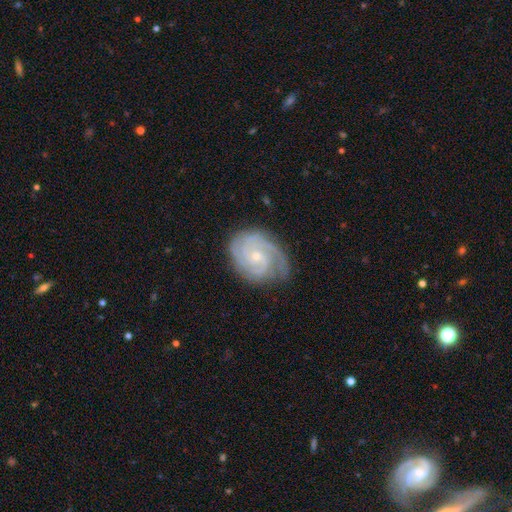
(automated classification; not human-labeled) Q: Smooth or featured?
A: featured or disk (90%); runner-up: smooth (5%)
Q: Edge-on disk?
A: no (98%); runner-up: yes (2%)
Q: Bar?
A: no (72%); runner-up: weak (24%)
Q: Spiral arms?
A: yes (98%); runner-up: no (2%)
Q: Spiral winding?
A: tight (73%); runner-up: medium (24%)
Q: Spiral arm count?
A: 3 (39%); runner-up: 2 (22%)
Q: Bulge size?
A: small (77%); runner-up: moderate (19%)
Q: Merging?
A: none (76%); runner-up: minor disturbance (18%)